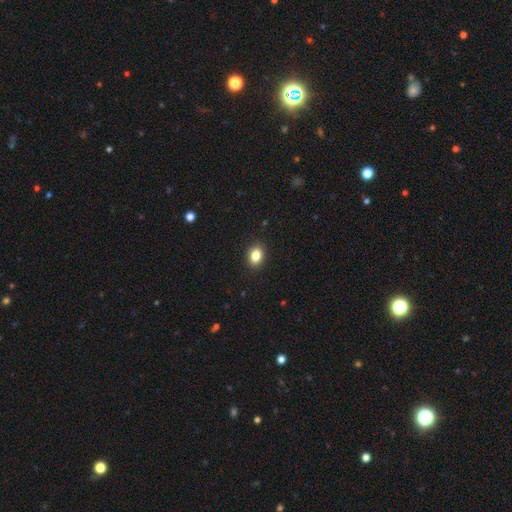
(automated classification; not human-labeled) Smooth or featured: smooth — 84% (star or artifact — 10%)
How rounded: in between — 67% (round — 32%)
Merging: none — 90% (minor disturbance — 7%)